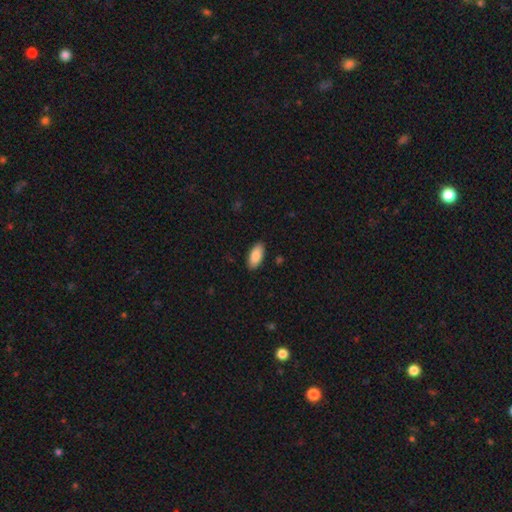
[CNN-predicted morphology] A smooth galaxy with no disk features (88%) that is in between round and cigar-shaped (92%).

Vote fractions:
- Smooth or featured? smooth: 88% / featured or disk: 6% / star or artifact: 6%
- How rounded? in between: 92% / cigar-shaped: 6% / round: 2%
- Merging? none: 88% / minor disturbance: 9% / major disturbance: 2% / merger: 1%